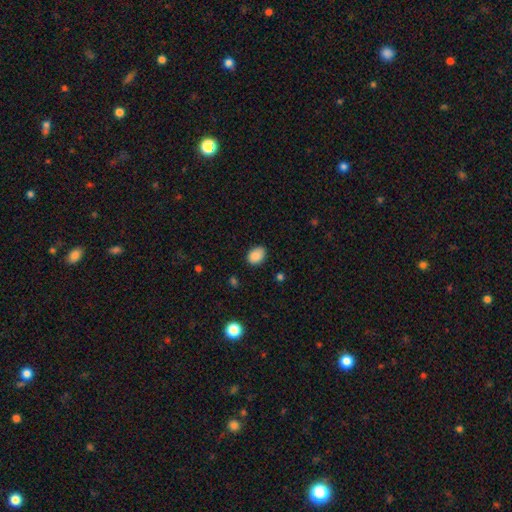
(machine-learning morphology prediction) The model was most divided on "how rounded": in between: 69%, round: 30%, cigar-shaped: 1%. More confident: smooth or featured — smooth (87%); merging — none (82%).